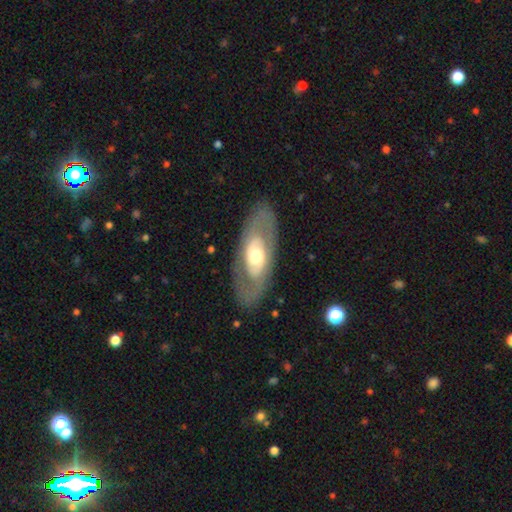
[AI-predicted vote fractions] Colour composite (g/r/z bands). It shows a featured or disk galaxy (63%) with no bar (76%), no spiral arms (71%) and a moderate central bulge (64%). Merging: none (82%).